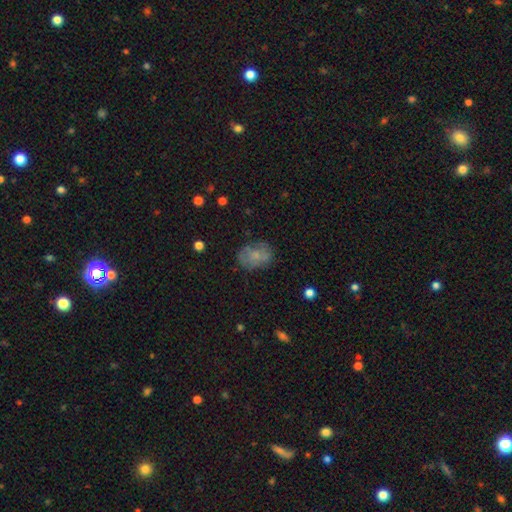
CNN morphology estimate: The model was most divided on "smooth or featured": smooth: 59%, featured or disk: 32%, star or artifact: 10%. More confident: merging — none (67%); how rounded — in between (65%).